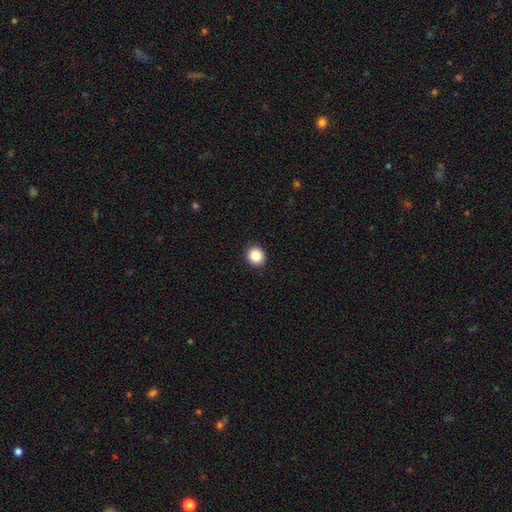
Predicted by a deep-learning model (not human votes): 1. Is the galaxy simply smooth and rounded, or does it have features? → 88% smooth, 9% star or artifact, 3% featured or disk.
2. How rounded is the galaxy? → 80% round, 19% in between, 1% cigar-shaped.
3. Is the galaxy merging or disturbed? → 91% none, 6% minor disturbance, 2% major disturbance, 1% merger.